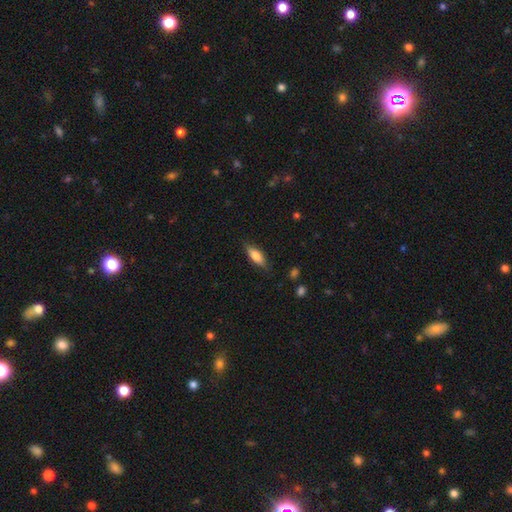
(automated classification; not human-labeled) smooth-or-featured: smooth: 74% | featured or disk: 20% | star or artifact: 6%
  how-rounded: in between: 60% | cigar-shaped: 37% | round: 2%
  merging: none: 81% | minor disturbance: 14% | major disturbance: 3% | merger: 1%